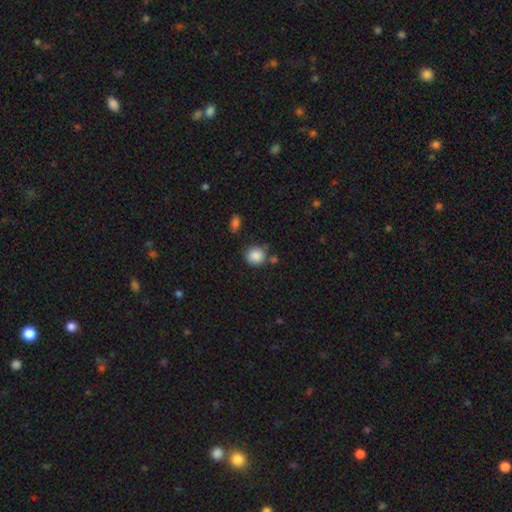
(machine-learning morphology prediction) smooth 87%, star or artifact 9%, featured or disk 4%. Down the decision tree: how rounded — round (84%); merging — none (71%).